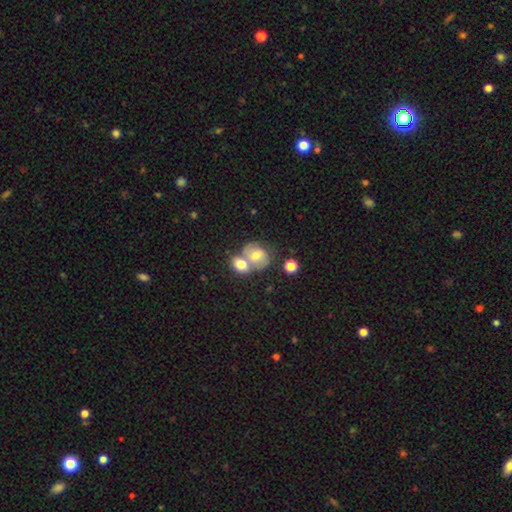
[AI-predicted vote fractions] smooth_or_featured: smooth (p=0.46) [alt: featured or disk p=0.45]
merging: merger (p=0.56) [alt: none p=0.30]